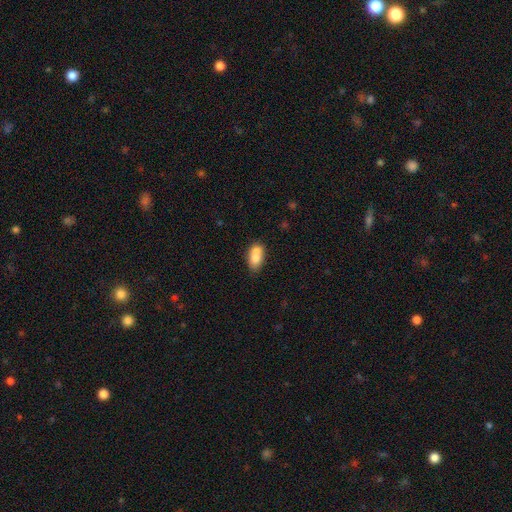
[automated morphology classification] Smooth or featured: smooth — 73% (featured or disk — 19%)
How rounded: in between — 82% (round — 14%)
Merging: merger — 47% (none — 36%)